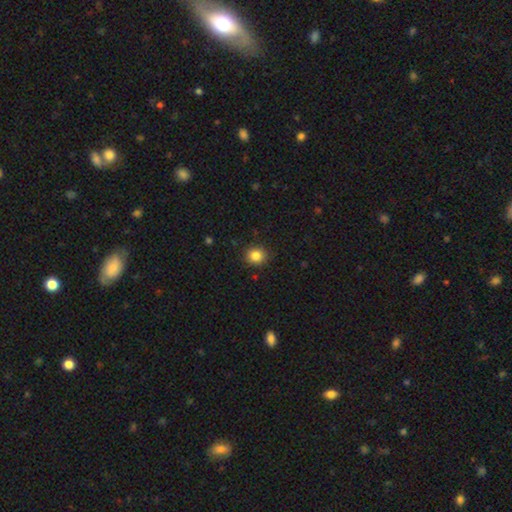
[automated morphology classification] type=smooth (85%); roundness=round (83%); merging=none (90%).